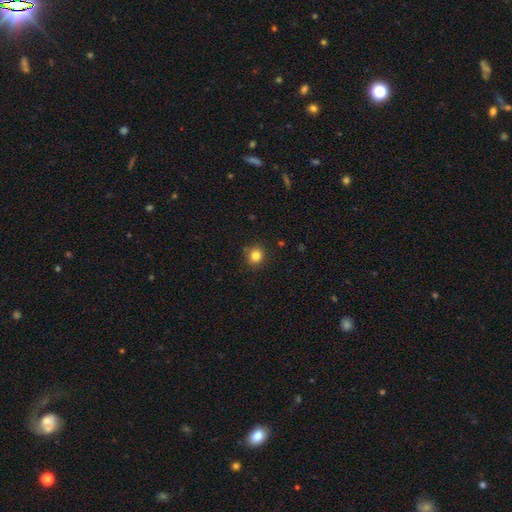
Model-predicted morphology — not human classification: The model was most divided on "how rounded": round: 83%, in between: 16%, cigar-shaped: 1%. More confident: merging — none (87%); smooth or featured — smooth (83%).